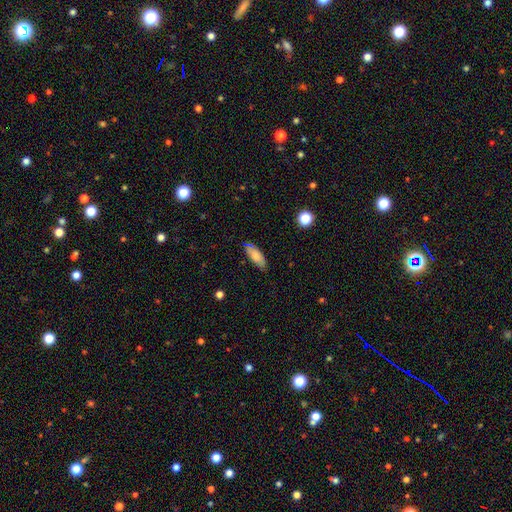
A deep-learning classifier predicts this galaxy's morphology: smooth-or-featured: smooth: 78% | featured or disk: 15% | star or artifact: 8%
  how-rounded: in between: 75% | cigar-shaped: 22% | round: 2%
  merging: none: 76% | minor disturbance: 18% | major disturbance: 3% | merger: 2%